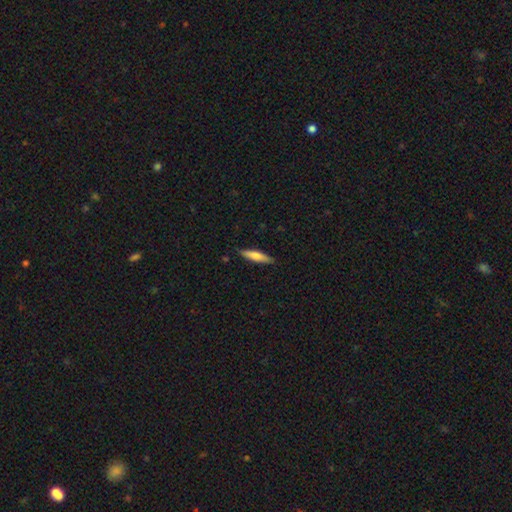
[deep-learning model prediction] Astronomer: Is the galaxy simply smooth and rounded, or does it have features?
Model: smooth — 65%.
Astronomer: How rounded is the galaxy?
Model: cigar-shaped — 83%.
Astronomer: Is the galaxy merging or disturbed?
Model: none — 86%.